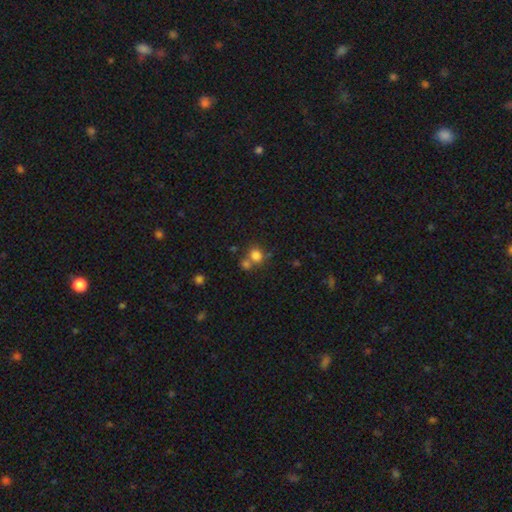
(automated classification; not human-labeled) This is likely a smooth galaxy (79%). How rounded: clearly round (81%). Merging: possibly none (52%).